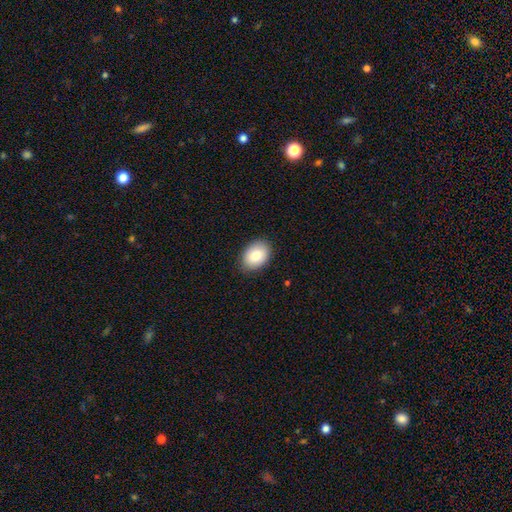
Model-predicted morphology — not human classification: This appears to be a smooth galaxy with no disk features (84%) that is in between round and cigar-shaped (80%). Merging: none (87%).